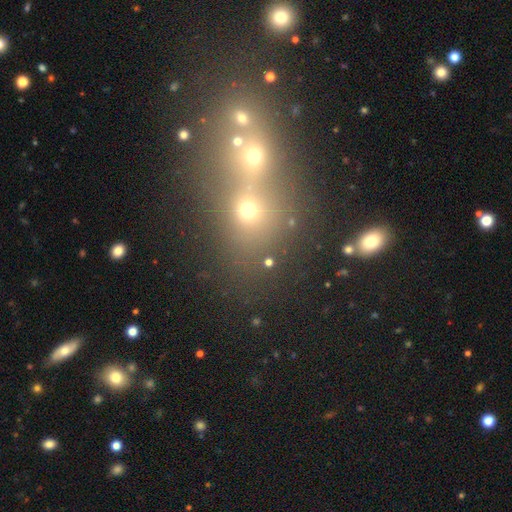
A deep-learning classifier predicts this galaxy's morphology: Smooth or featured?
  - star or artifact: 43% *
  - smooth: 38%
  - featured or disk: 19%